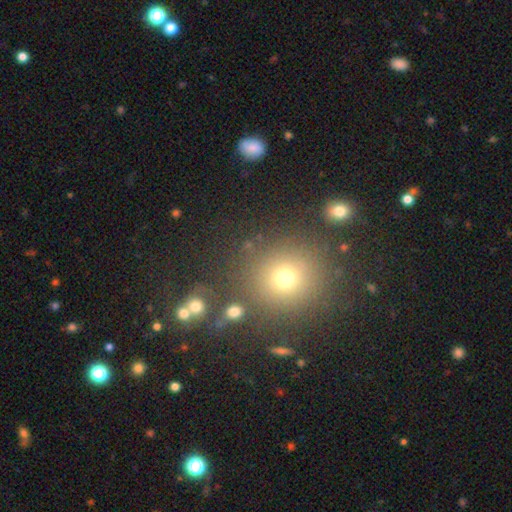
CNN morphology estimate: This is possibly a smooth galaxy (56%). How rounded: clearly round (91%). Merging: clearly none (85%).